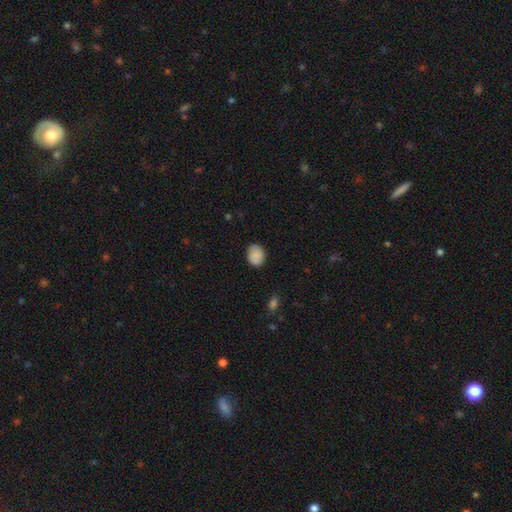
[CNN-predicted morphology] smooth 84%, featured or disk 8%, star or artifact 8%. Down the decision tree: how rounded — round (50%); merging — none (77%).